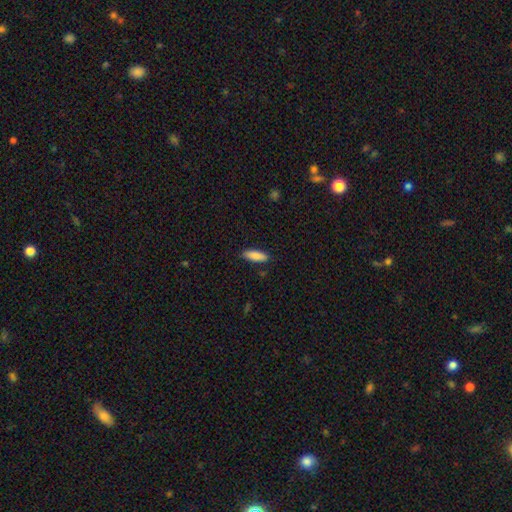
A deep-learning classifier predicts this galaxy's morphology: Smooth or featured?
  - smooth: 86% *
  - featured or disk: 7%
  - star or artifact: 6%
How rounded?
  - in between: 54% *
  - cigar-shaped: 44%
  - round: 2%
Merging?
  - none: 87% *
  - minor disturbance: 10%
  - major disturbance: 2%
  - merger: 1%